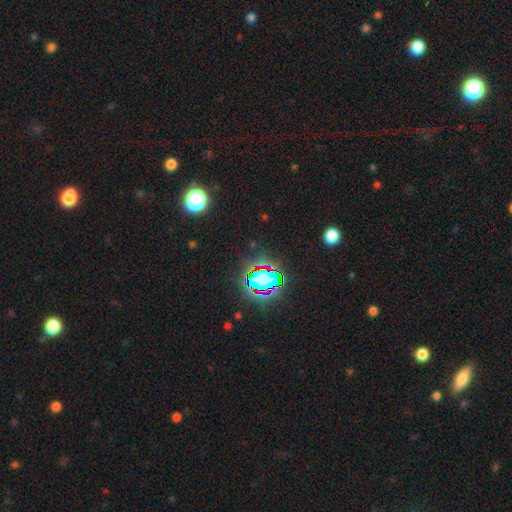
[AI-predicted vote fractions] Smooth or featured: star or artifact — 83% (smooth — 11%)